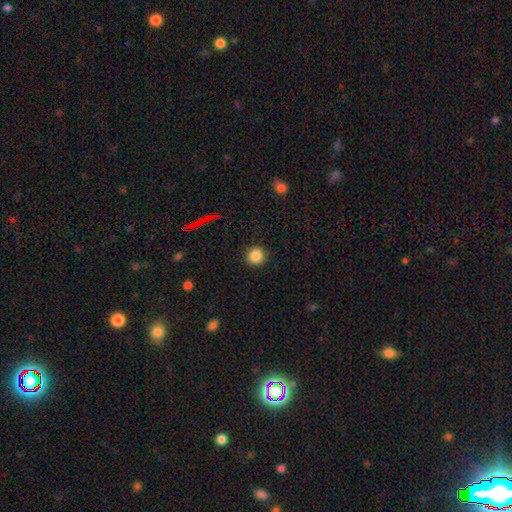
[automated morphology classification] The model was most divided on "smooth or featured": smooth: 83%, star or artifact: 12%, featured or disk: 5%. More confident: how rounded — round (93%); merging — none (91%).